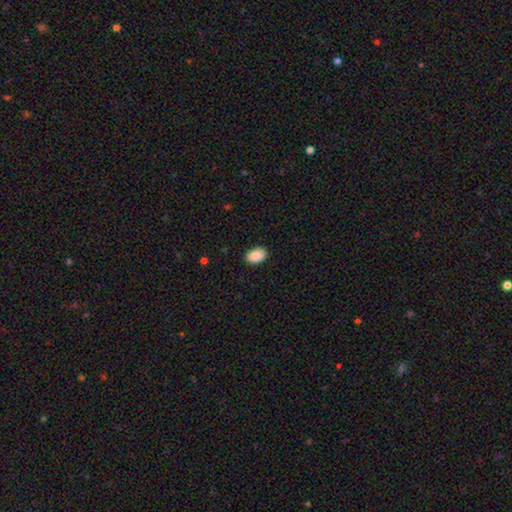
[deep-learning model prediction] Smooth or featured? Predicted: smooth (p=0.90). How rounded? Predicted: in between (p=0.90). Merging? Predicted: none (p=0.89).